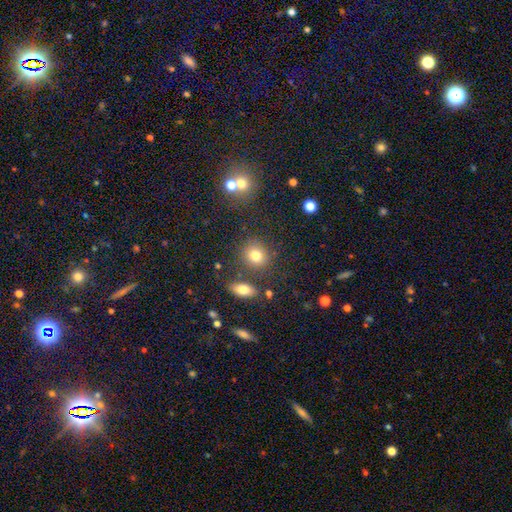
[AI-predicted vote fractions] Overall: smooth (79%). How rounded: round (77%). Merging: none (78%).